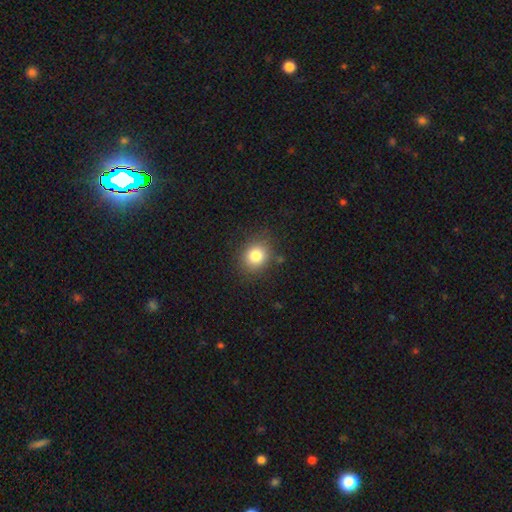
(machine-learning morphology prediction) smooth-or-featured: smooth: 82% | star or artifact: 11% | featured or disk: 7%
  how-rounded: round: 71% | in between: 29% | cigar-shaped: 1%
  merging: none: 83% | minor disturbance: 12% | major disturbance: 4% | merger: 2%